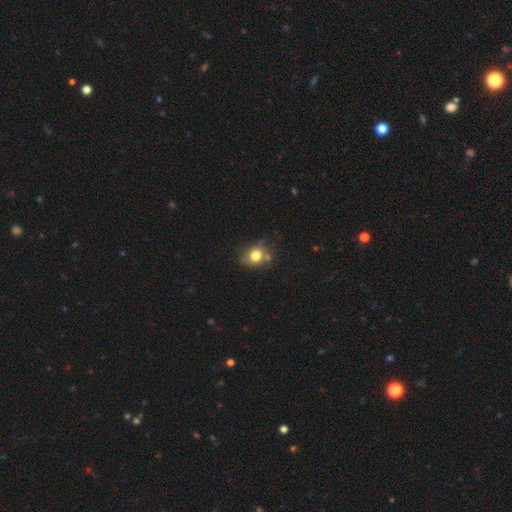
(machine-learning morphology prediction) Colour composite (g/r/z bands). It shows a smooth galaxy with no disk features (75%) that is round (68%). Merging: none (61%).